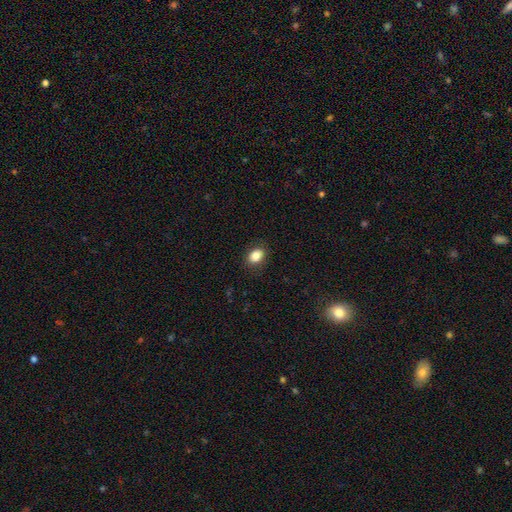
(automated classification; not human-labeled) This is clearly a smooth galaxy (84%). How rounded: likely in between (73%). Merging: clearly none (86%).